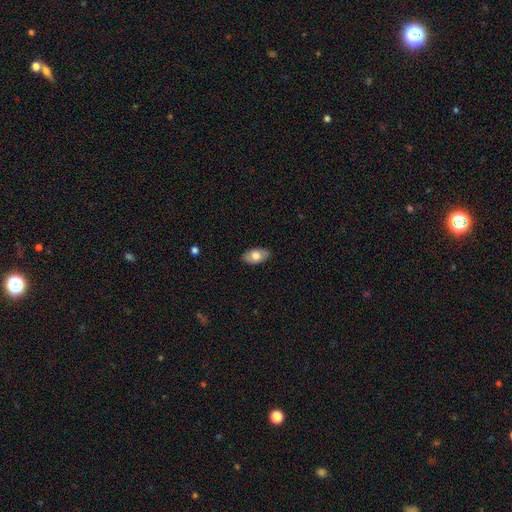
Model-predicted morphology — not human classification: This is likely a smooth galaxy (73%). How rounded: clearly in between (93%). Merging: clearly none (85%).